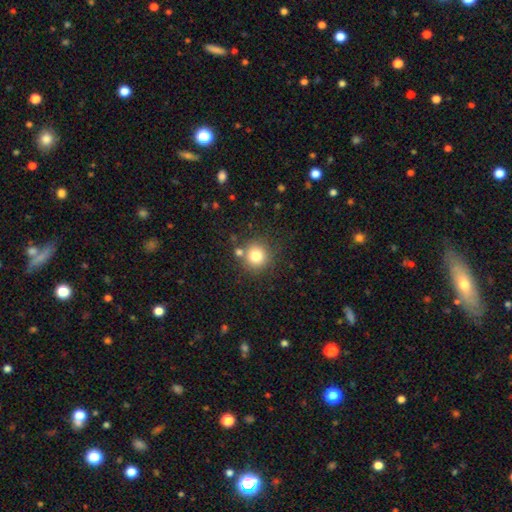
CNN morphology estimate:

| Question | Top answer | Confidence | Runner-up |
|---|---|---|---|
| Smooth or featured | smooth | 79% | star or artifact (13%) |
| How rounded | round | 93% | in between (6%) |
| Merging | none | 79% | minor disturbance (9%) |